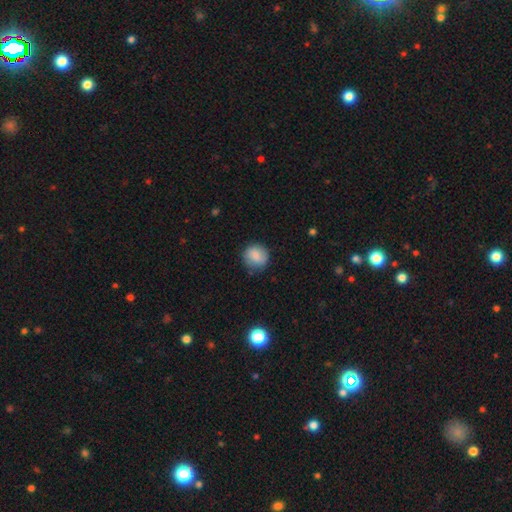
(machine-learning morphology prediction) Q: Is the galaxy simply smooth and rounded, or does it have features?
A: smooth — 80%.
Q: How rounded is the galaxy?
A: round — 89%.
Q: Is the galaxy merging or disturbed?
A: none — 82%.